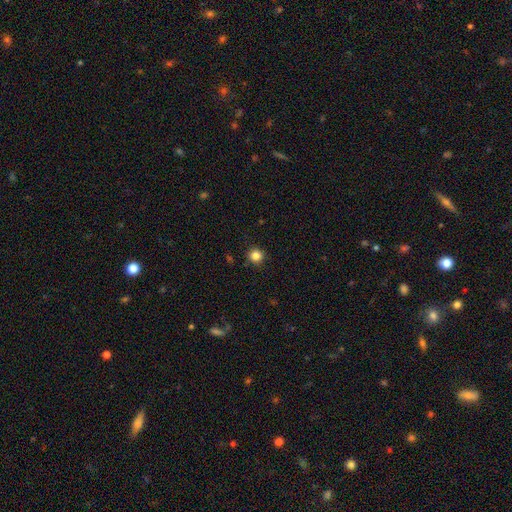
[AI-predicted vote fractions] This appears to be a smooth galaxy with no disk features (84%) that is round (93%). Merging: none (91%).